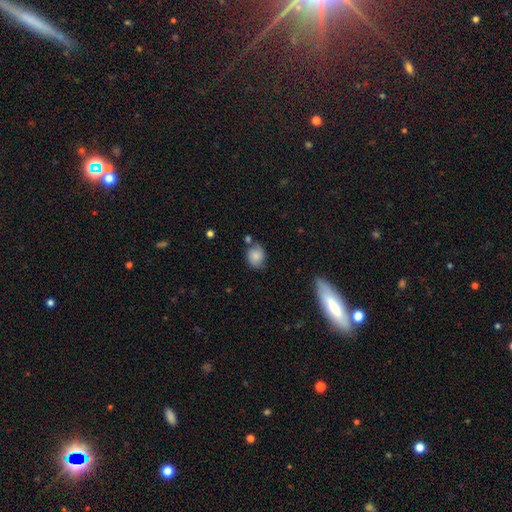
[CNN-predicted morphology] Smooth or featured?
  - smooth: 80% *
  - featured or disk: 12%
  - star or artifact: 9%
How rounded?
  - round: 65% *
  - in between: 34%
  - cigar-shaped: 1%
Merging?
  - none: 65% *
  - minor disturbance: 21%
  - merger: 9%
  - major disturbance: 5%